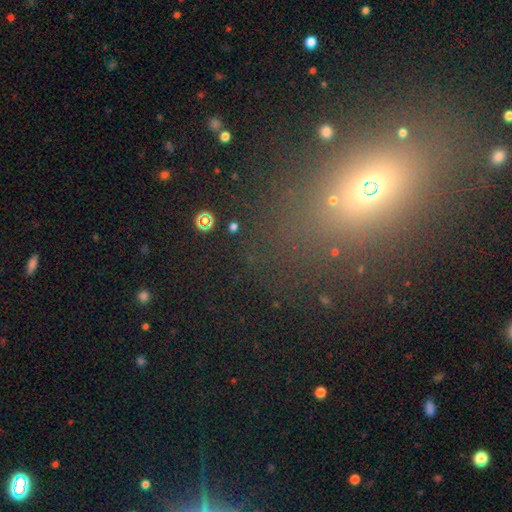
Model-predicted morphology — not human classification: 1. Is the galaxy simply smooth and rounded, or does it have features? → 45% star or artifact, 41% smooth, 14% featured or disk.